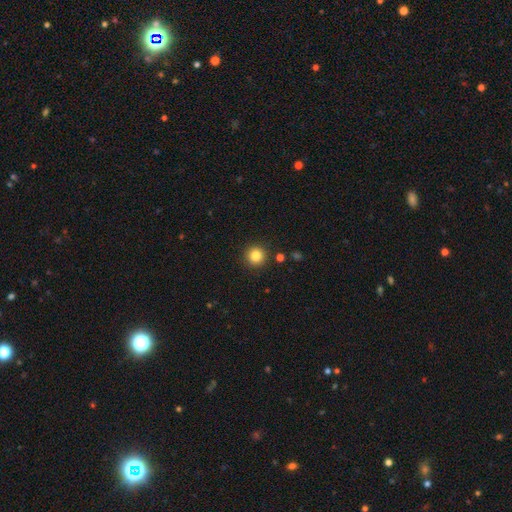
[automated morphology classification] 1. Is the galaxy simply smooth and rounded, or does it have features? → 84% smooth, 11% star or artifact, 5% featured or disk.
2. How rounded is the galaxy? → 95% round, 4% in between, 1% cigar-shaped.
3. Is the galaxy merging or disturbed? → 90% none, 6% minor disturbance, 2% major disturbance, 2% merger.